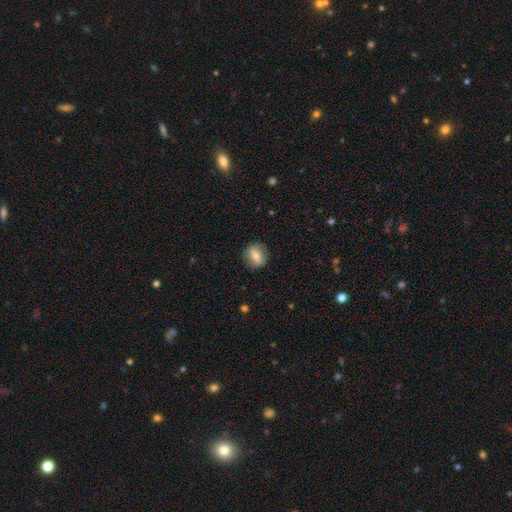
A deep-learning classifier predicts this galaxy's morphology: The model was most divided on "smooth or featured": smooth: 54%, featured or disk: 37%, star or artifact: 8%. More confident: merging — none (82%); how rounded — round (66%).